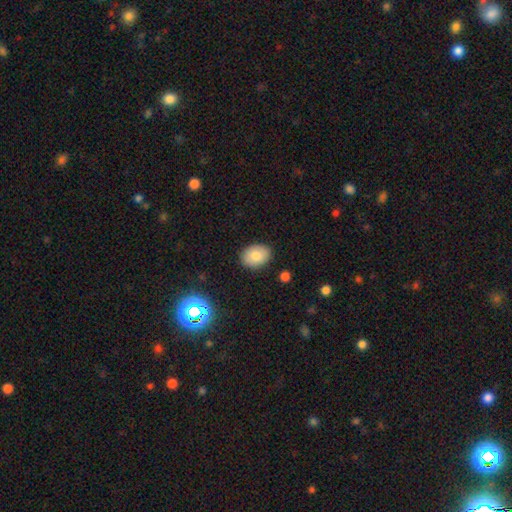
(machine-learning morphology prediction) Overall: smooth (80%). How rounded: in between (75%). Merging: none (87%).